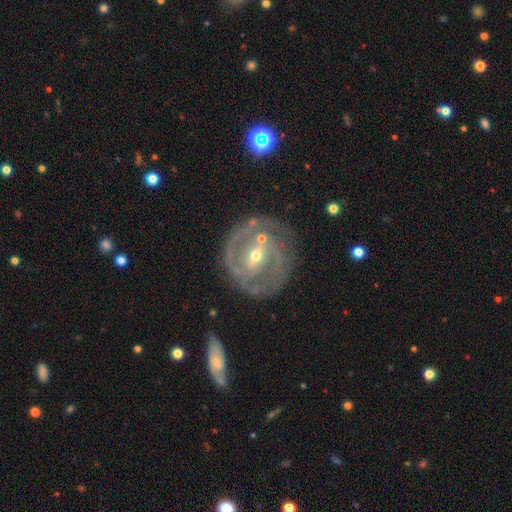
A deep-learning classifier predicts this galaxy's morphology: This appears to be a featured or disk galaxy (85%) with a weak bar (46%), 2 (69%) tight (52%) spiral arms (90%) and a small central bulge (50%). Merging: none (75%).